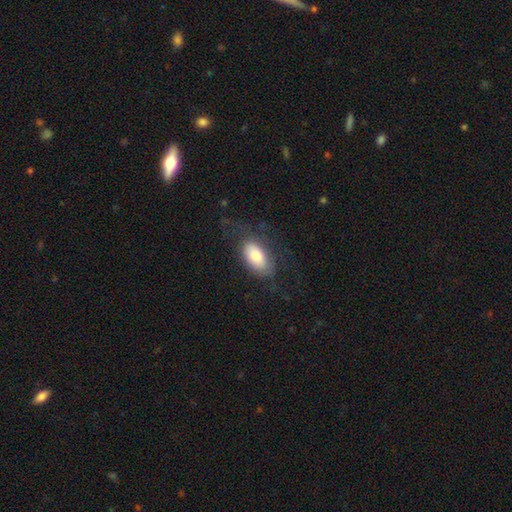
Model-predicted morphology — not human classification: This is likely a smooth galaxy (73%). How rounded: clearly in between (93%). Merging: likely none (62%).